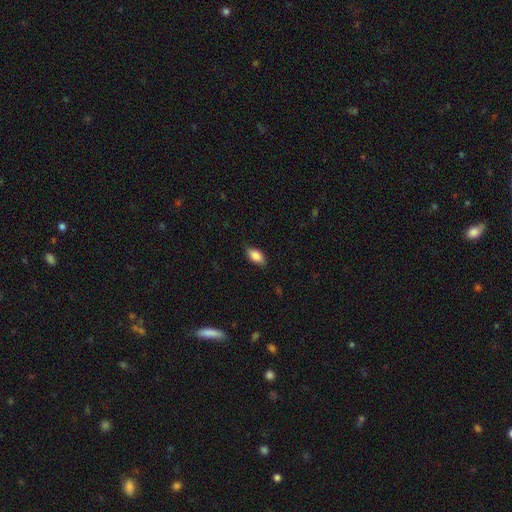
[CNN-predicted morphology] smooth 85%, featured or disk 8%, star or artifact 7%. Down the decision tree: how rounded — in between (90%); merging — none (80%).